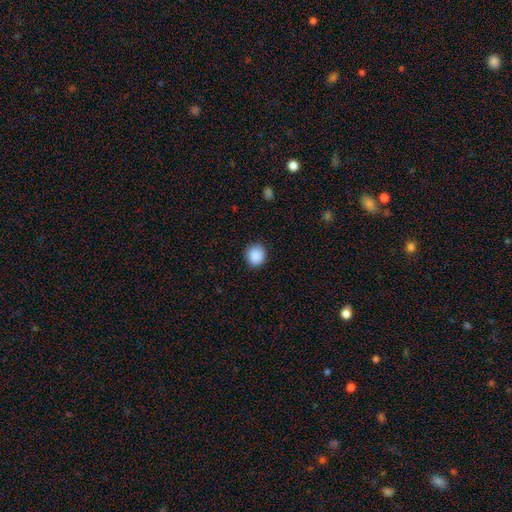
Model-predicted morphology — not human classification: This is clearly a smooth galaxy (89%). How rounded: clearly round (87%). Merging: clearly none (87%).